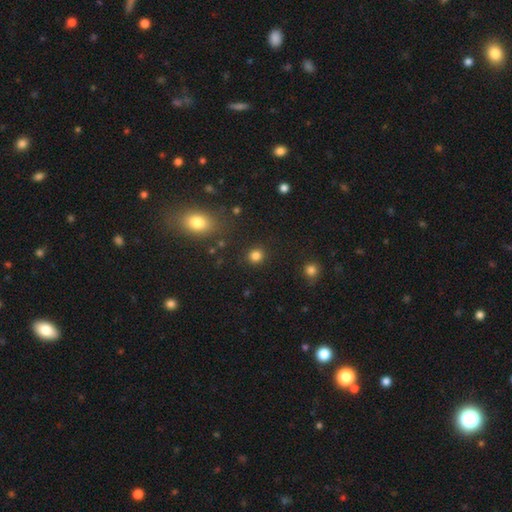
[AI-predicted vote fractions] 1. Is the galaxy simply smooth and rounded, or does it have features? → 83% smooth, 13% star or artifact, 4% featured or disk.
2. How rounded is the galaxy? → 88% round, 11% in between, 1% cigar-shaped.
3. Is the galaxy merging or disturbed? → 89% none, 6% minor disturbance, 3% major disturbance, 2% merger.